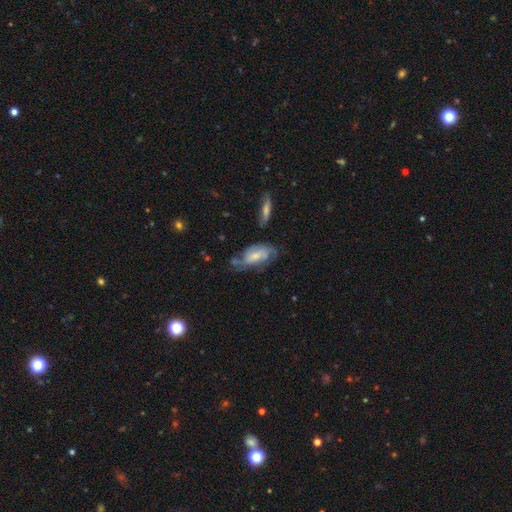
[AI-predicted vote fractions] Smooth or featured: featured or disk — 47% (smooth — 46%)
Merging: none — 41% (minor disturbance — 31%)